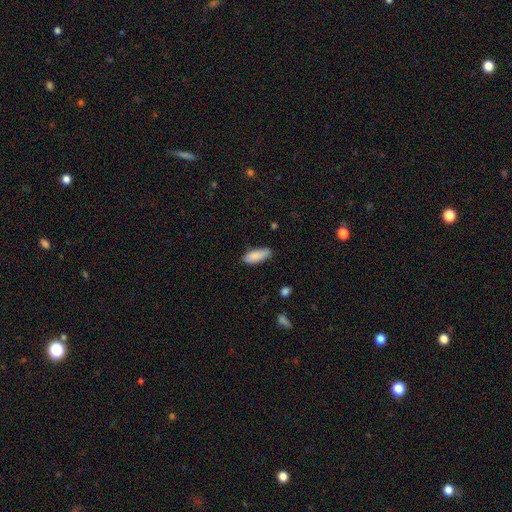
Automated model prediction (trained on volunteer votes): Smooth or featured?
  - smooth: 86% *
  - featured or disk: 7%
  - star or artifact: 7%
How rounded?
  - in between: 70% *
  - cigar-shaped: 28%
  - round: 2%
Merging?
  - none: 73% *
  - minor disturbance: 21%
  - major disturbance: 4%
  - merger: 2%